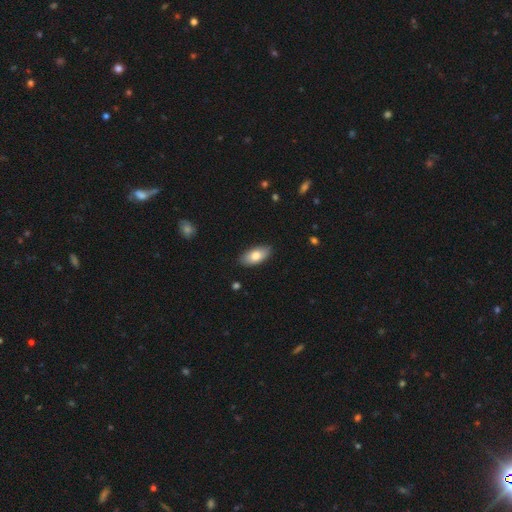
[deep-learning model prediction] smooth-or-featured: smooth: 78% | featured or disk: 16% | star or artifact: 6%
  how-rounded: in between: 92% | cigar-shaped: 5% | round: 3%
  merging: none: 86% | minor disturbance: 11% | major disturbance: 2% | merger: 1%